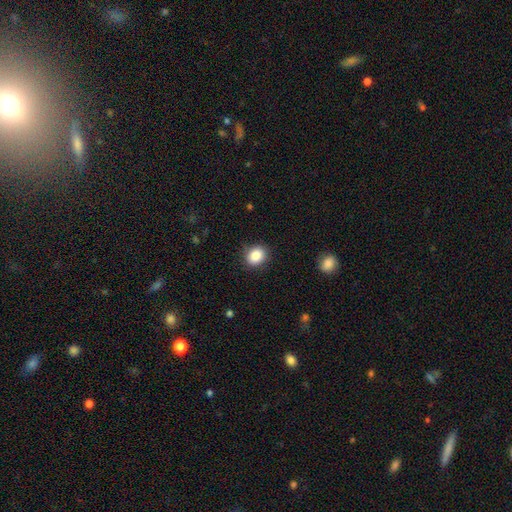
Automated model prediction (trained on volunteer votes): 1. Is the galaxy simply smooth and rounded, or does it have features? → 86% smooth, 9% star or artifact, 5% featured or disk.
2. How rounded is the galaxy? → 57% round, 42% in between, 1% cigar-shaped.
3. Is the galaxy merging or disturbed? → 85% none, 11% minor disturbance, 3% major disturbance, 1% merger.